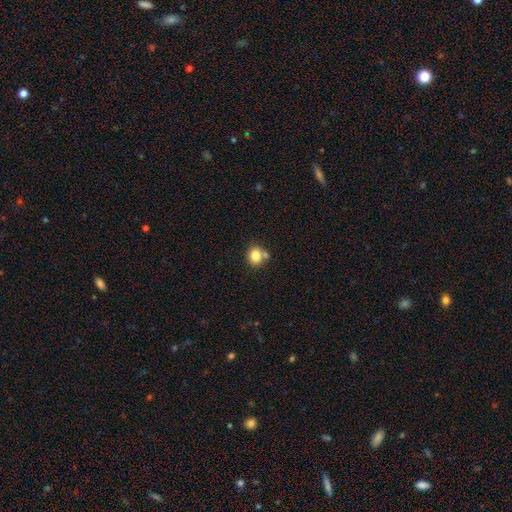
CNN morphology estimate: smooth-or-featured: smooth: 83% | star or artifact: 10% | featured or disk: 7%
  how-rounded: round: 67% | in between: 32% | cigar-shaped: 1%
  merging: none: 61% | merger: 22% | minor disturbance: 13% | major disturbance: 4%